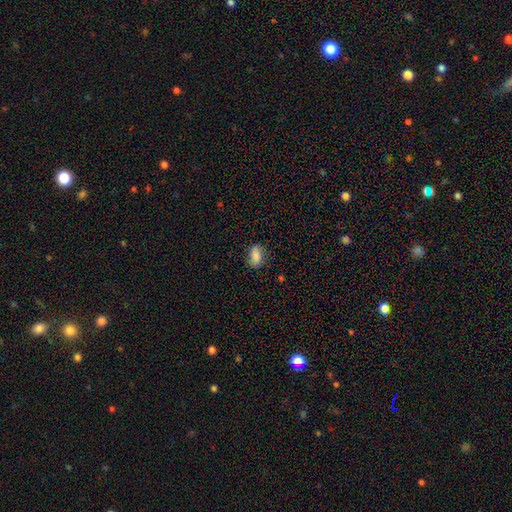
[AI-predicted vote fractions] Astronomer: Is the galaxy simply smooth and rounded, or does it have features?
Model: smooth — 77%.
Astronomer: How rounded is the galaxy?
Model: in between — 86%.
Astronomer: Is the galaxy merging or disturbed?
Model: none — 74%.